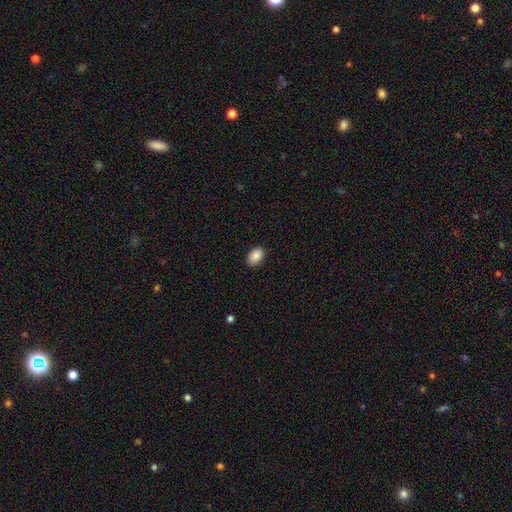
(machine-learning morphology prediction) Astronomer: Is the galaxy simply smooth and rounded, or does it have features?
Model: smooth — 89%.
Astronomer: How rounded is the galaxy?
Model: in between — 87%.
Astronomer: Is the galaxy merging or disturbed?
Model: none — 88%.